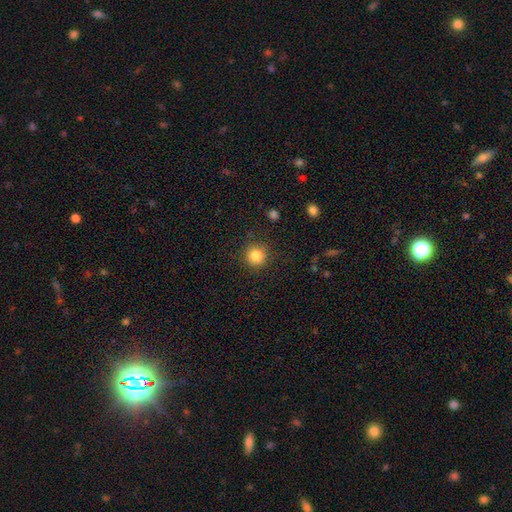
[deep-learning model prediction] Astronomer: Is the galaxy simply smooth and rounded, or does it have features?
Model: smooth — 83%.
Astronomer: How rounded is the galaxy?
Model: round — 92%.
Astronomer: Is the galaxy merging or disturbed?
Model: none — 88%.